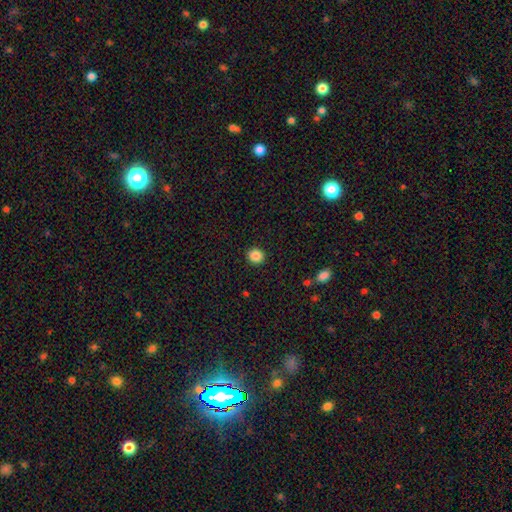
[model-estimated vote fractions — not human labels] Morphology: type=smooth (86%); roundness=round (91%); merging=none (93%).